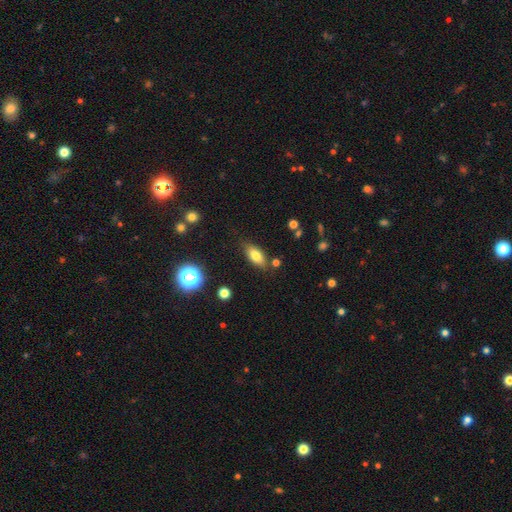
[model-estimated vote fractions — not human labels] A smooth galaxy with no disk features (77%) that is in between round and cigar-shaped (83%).

Vote fractions:
- Smooth or featured? smooth: 77% / featured or disk: 13% / star or artifact: 10%
- How rounded? in between: 83% / cigar-shaped: 11% / round: 5%
- Merging? none: 78% / minor disturbance: 14% / merger: 4% / major disturbance: 4%